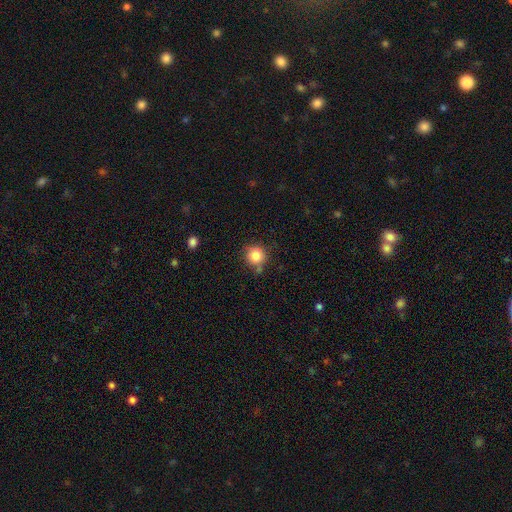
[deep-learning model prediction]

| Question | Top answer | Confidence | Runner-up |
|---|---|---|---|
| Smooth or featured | smooth | 83% | star or artifact (11%) |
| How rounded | round | 92% | in between (7%) |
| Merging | none | 73% | minor disturbance (16%) |